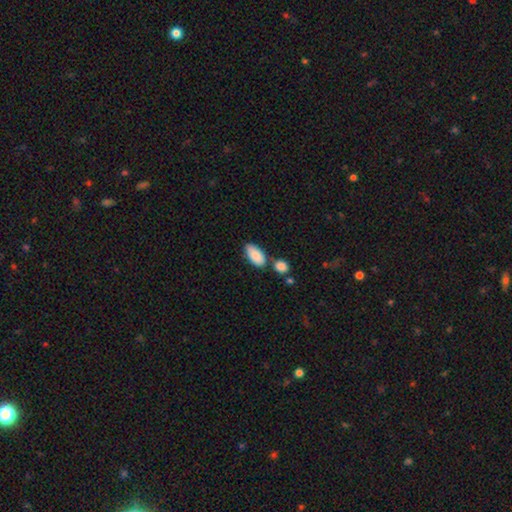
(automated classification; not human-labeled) The model was most divided on "merging": none: 64%, merger: 17%, minor disturbance: 15%, major disturbance: 4%. More confident: how rounded — in between (93%); smooth or featured — smooth (88%).